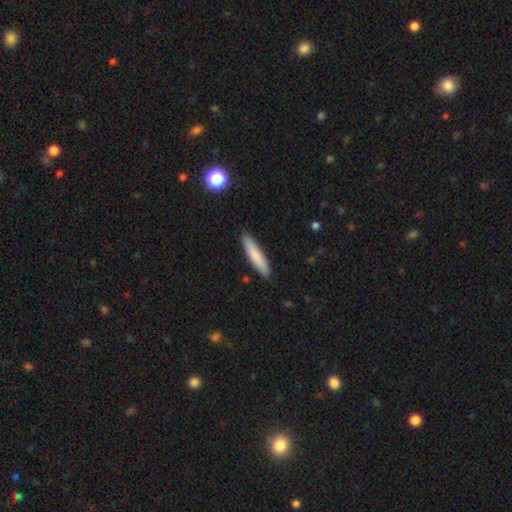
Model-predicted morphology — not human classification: smooth 81%, featured or disk 13%, star or artifact 6%. Down the decision tree: how rounded — cigar-shaped (86%); merging — none (89%).